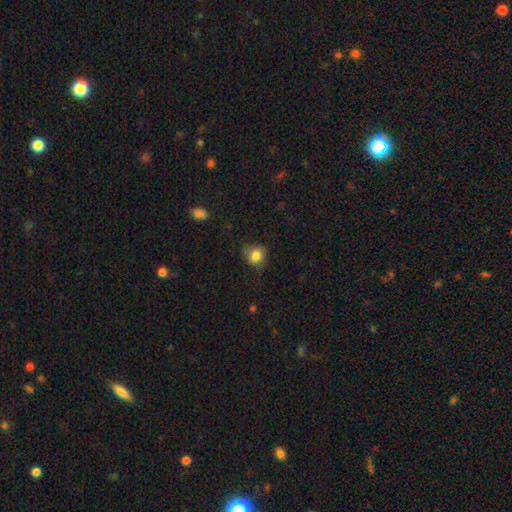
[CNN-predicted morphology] smooth-or-featured: smooth: 83% | star or artifact: 10% | featured or disk: 7%
  how-rounded: round: 74% | in between: 25% | cigar-shaped: 1%
  merging: none: 65% | minor disturbance: 26% | major disturbance: 8% | merger: 2%